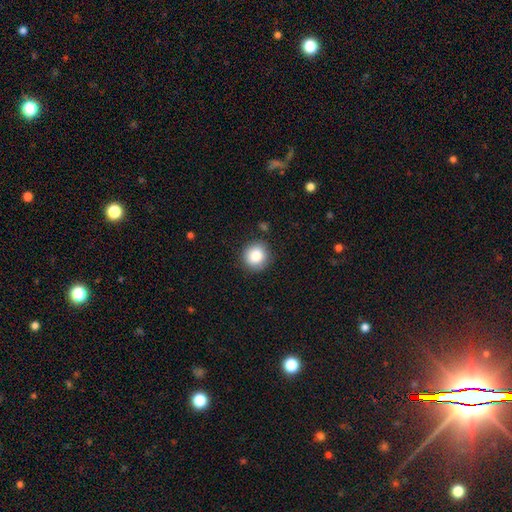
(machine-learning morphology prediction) Smooth or featured? Predicted: smooth (p=0.86). How rounded? Predicted: round (p=0.90). Merging? Predicted: none (p=0.86).